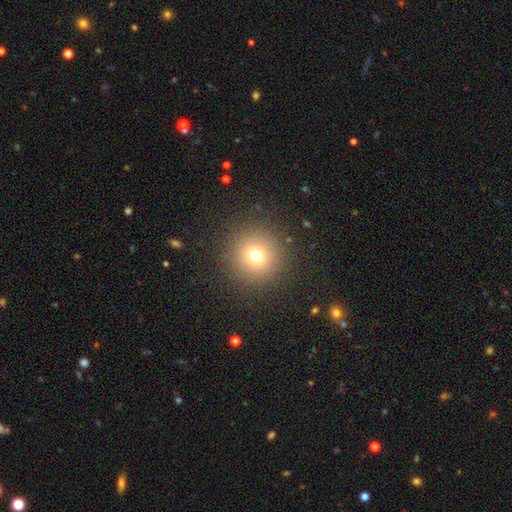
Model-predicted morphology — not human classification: smooth 73%, star or artifact 17%, featured or disk 10%. Down the decision tree: how rounded — round (96%); merging — none (90%).